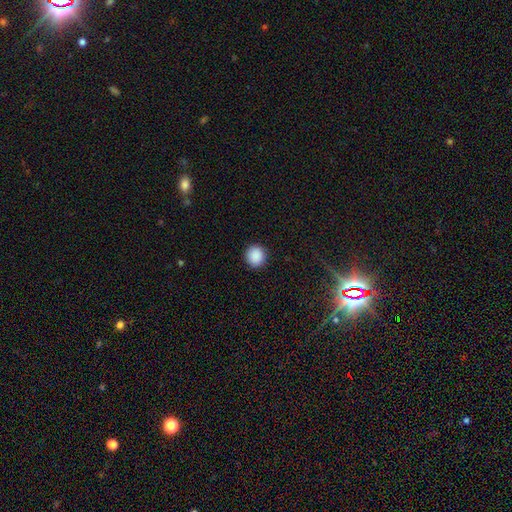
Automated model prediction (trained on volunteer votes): smooth_or_featured: smooth (p=0.89) [alt: star or artifact p=0.08]
how_rounded: round (p=0.93) [alt: in between p=0.06]
merging: none (p=0.92) [alt: minor disturbance p=0.05]